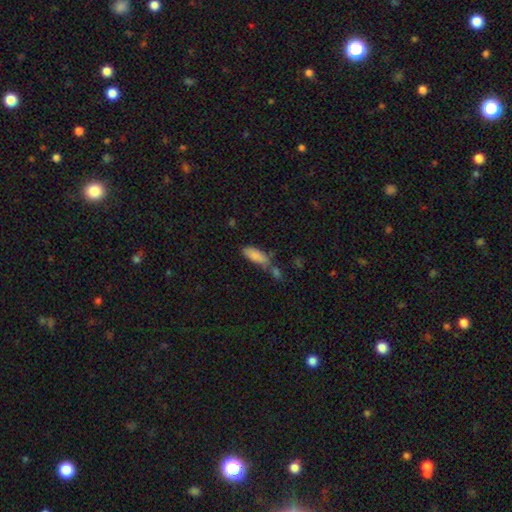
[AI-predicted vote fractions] Q: Smooth or featured?
A: smooth (85%); runner-up: star or artifact (8%)
Q: How rounded?
A: in between (76%); runner-up: cigar-shaped (22%)
Q: Merging?
A: none (50%); runner-up: merger (22%)